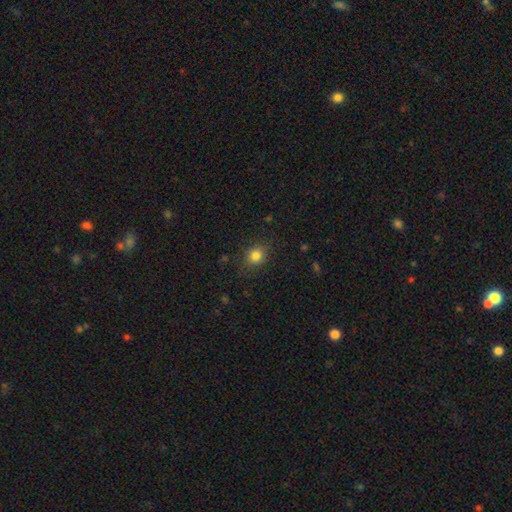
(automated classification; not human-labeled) A smooth galaxy with no disk features (82%) that is round (74%). Merging: none (83%).